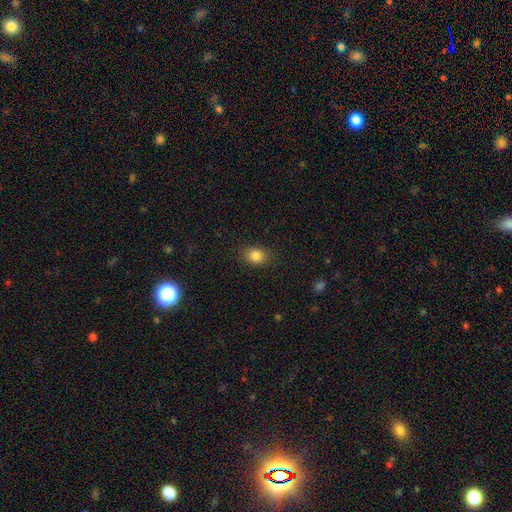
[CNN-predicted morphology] type=smooth (84%); roundness=round (51%); merging=none (87%).